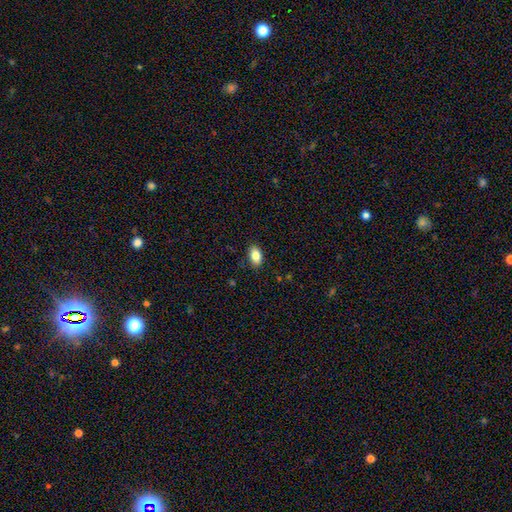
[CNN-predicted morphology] A smooth galaxy with no disk features (85%) that is in between round and cigar-shaped (89%).

Vote fractions:
- Smooth or featured? smooth: 85% / star or artifact: 8% / featured or disk: 7%
- How rounded? in between: 89% / round: 9% / cigar-shaped: 2%
- Merging? none: 87% / minor disturbance: 10% / major disturbance: 2% / merger: 1%